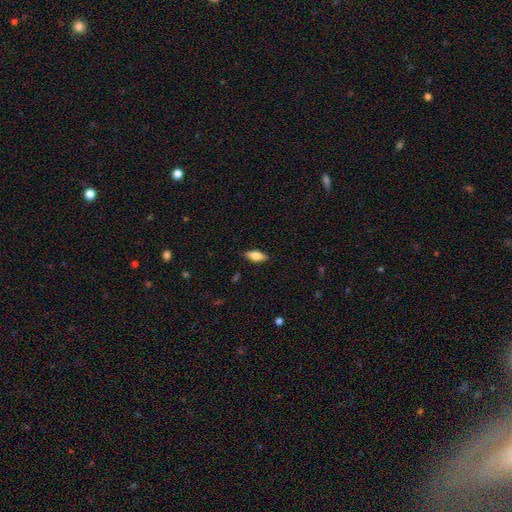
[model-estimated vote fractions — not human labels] This is likely a smooth galaxy (65%). How rounded: likely in between (72%). Merging: clearly none (87%).